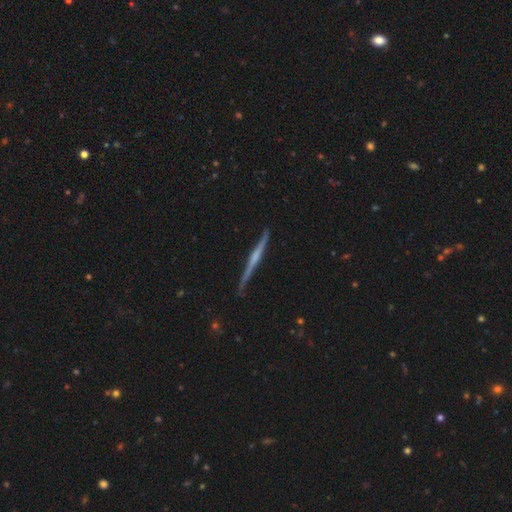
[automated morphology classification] Smooth or featured?
  - featured or disk: 73% *
  - smooth: 21%
  - star or artifact: 6%
Edge-on disk?
  - yes: 98% *
  - no: 2%
Edge-on bulge?
  - rounded: 43% * (tied)
  - none: 43% * (tied)
  - boxy: 14%
Merging?
  - none: 82% *
  - minor disturbance: 14%
  - major disturbance: 2%
  - merger: 2%